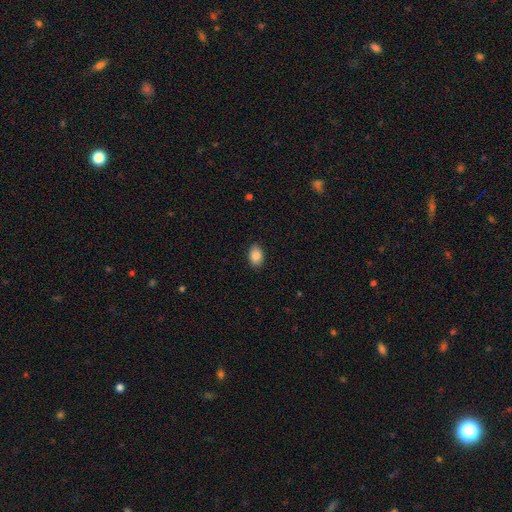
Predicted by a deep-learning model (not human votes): The model was most divided on "how rounded": in between: 86%, round: 13%, cigar-shaped: 1%. More confident: merging — none (88%); smooth or featured — smooth (87%).